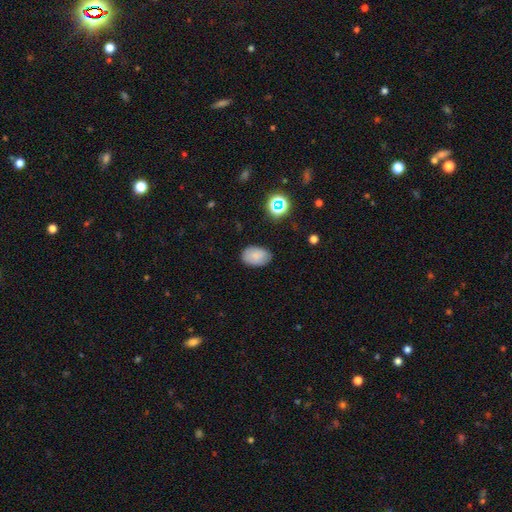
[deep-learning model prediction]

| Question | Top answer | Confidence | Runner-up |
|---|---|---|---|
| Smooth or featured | smooth | 81% | star or artifact (10%) |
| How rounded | in between | 87% | round (12%) |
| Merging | none | 81% | minor disturbance (15%) |